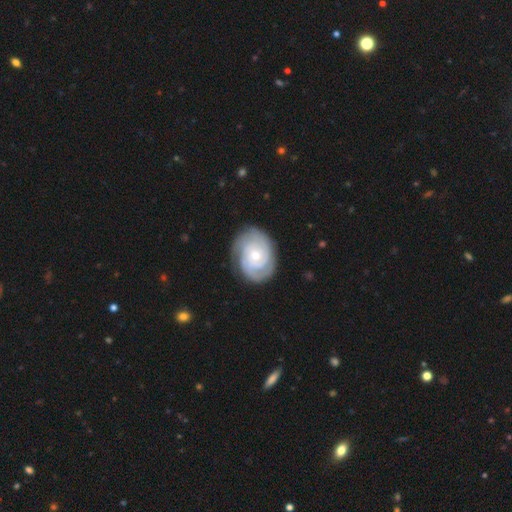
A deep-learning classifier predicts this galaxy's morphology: Smooth or featured: featured or disk — 85% (smooth — 11%)
Edge-on disk: no — 97% (yes — 3%)
Bar: no — 77% (weak — 20%)
Spiral arms: yes — 96% (no — 4%)
Spiral winding: tight — 76% (medium — 20%)
Spiral arm count: 3 — 30% (can't tell — 24%)
Bulge size: small — 59% (moderate — 38%)
Merging: none — 81% (minor disturbance — 14%)